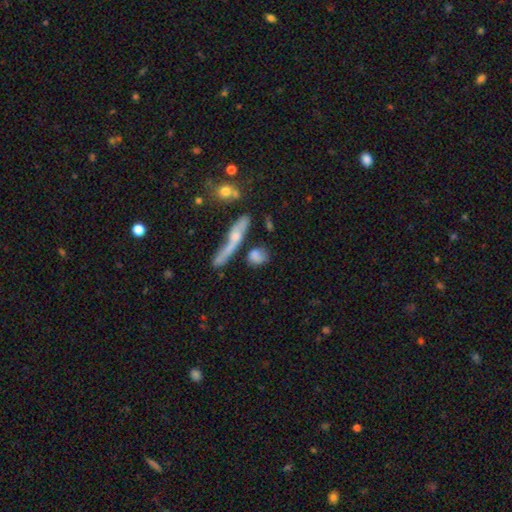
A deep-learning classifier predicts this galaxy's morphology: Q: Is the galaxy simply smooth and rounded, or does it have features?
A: smooth — 67%.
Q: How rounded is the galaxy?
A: round — 39%.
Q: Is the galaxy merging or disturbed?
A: none — 47%.